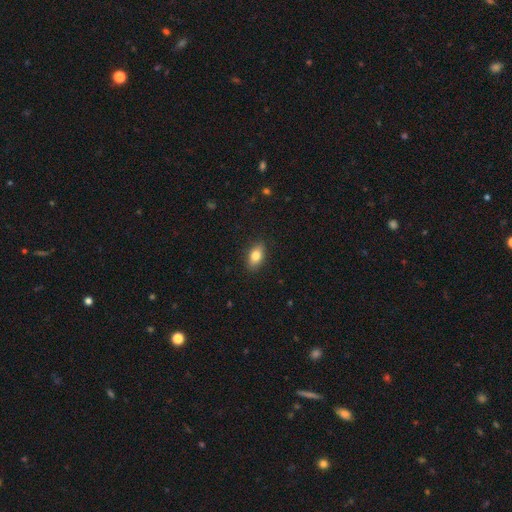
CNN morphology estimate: type=smooth (81%); roundness=in between (87%); merging=none (88%).